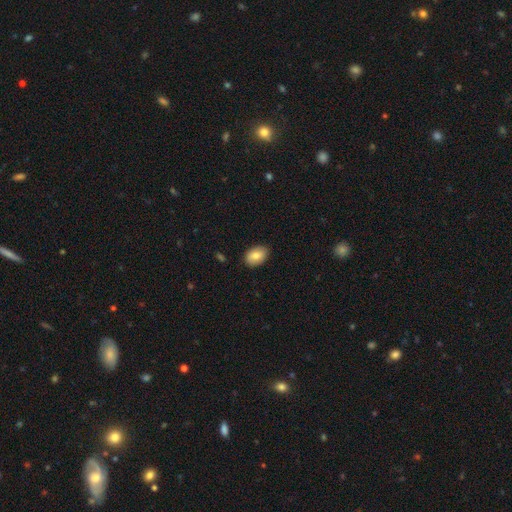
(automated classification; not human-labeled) A smooth galaxy with no disk features (82%) that is in between round and cigar-shaped (83%).

Vote fractions:
- Smooth or featured? smooth: 82% / featured or disk: 11% / star or artifact: 7%
- How rounded? in between: 83% / round: 16% / cigar-shaped: 1%
- Merging? none: 86% / minor disturbance: 11% / major disturbance: 2% / merger: 1%